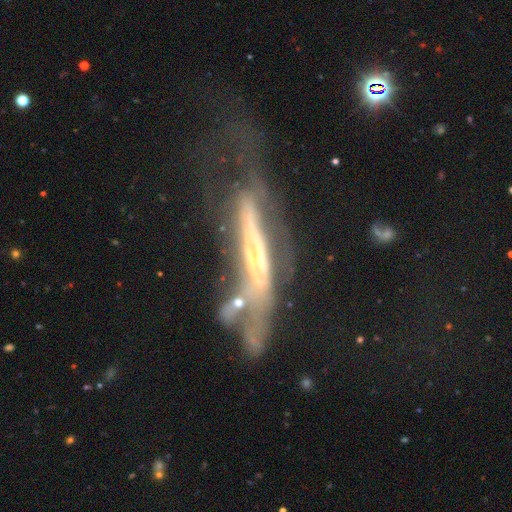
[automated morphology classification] A featured or disk galaxy (72%) viewed edge-on (59%).

Vote fractions:
- Smooth or featured? featured or disk: 72% / smooth: 17% / star or artifact: 11%
- Edge-on disk? yes: 59% / no: 41%
- Merging? major disturbance: 42% / none: 23% / merger: 19% / minor disturbance: 16%